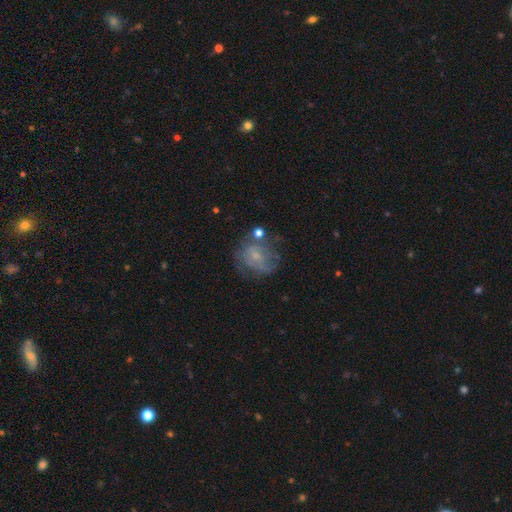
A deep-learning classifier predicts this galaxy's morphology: A featured or disk galaxy (53%) with no bar (64%), spiral arms (57%) and a small central bulge (65%).

Vote fractions:
- Smooth or featured? featured or disk: 53% / smooth: 35% / star or artifact: 12%
- Edge-on disk? no: 97% / yes: 3%
- Bar? no: 64% / weak: 31% / strong: 5%
- Spiral arms? yes: 57% / no: 43%
- Bulge size? small: 65% / moderate: 19% / none: 14% / large: 1% / dominant: 1%
- Merging? none: 47% / minor disturbance: 24% / major disturbance: 22% / merger: 7%